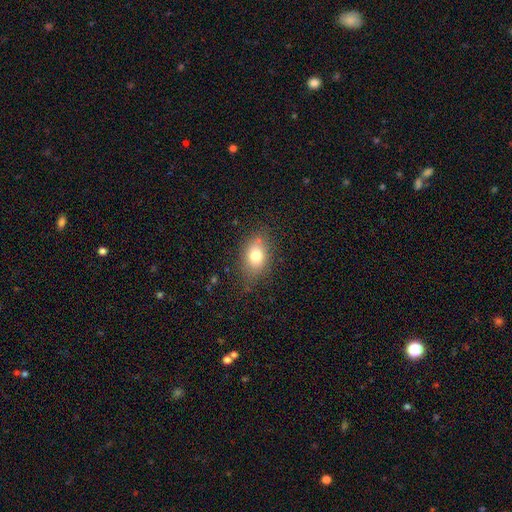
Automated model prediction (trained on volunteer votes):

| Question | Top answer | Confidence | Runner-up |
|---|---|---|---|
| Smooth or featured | smooth | 77% | featured or disk (13%) |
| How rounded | in between | 78% | round (20%) |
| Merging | none | 74% | minor disturbance (19%) |